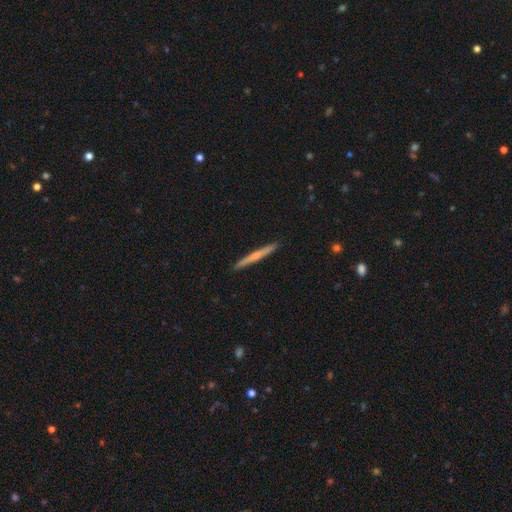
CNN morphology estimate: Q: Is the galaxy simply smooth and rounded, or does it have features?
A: featured or disk — 49%.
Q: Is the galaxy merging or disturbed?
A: none — 92%.